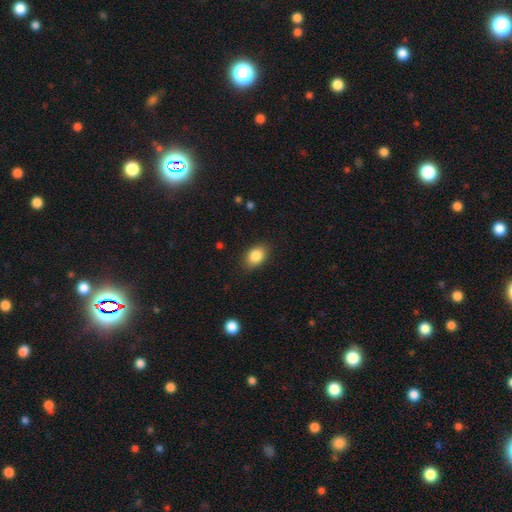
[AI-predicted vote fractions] Smooth or featured?
  - smooth: 86% *
  - star or artifact: 8%
  - featured or disk: 6%
How rounded?
  - in between: 80% *
  - round: 19%
  - cigar-shaped: 1%
Merging?
  - none: 85% *
  - minor disturbance: 11%
  - major disturbance: 3%
  - merger: 1%